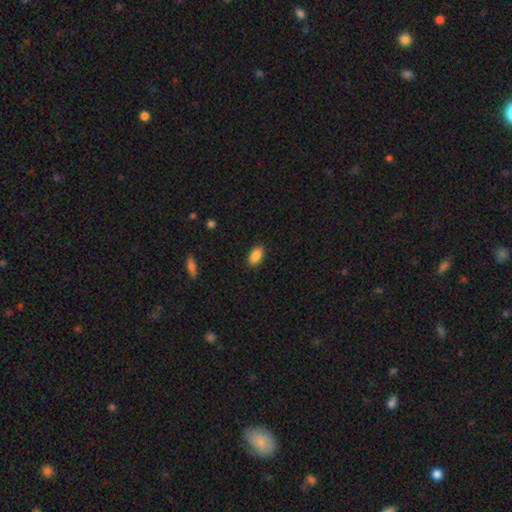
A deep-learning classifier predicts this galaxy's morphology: Smooth or featured: smooth — 89% (star or artifact — 8%)
How rounded: in between — 92% (cigar-shaped — 4%)
Merging: none — 89% (minor disturbance — 8%)